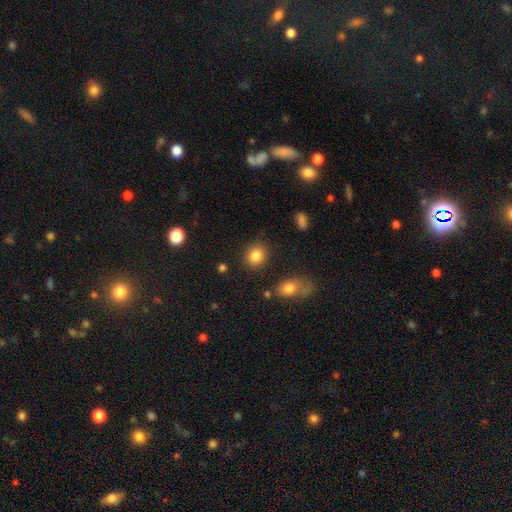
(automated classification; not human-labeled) Smooth or featured?
  - smooth: 85% *
  - star or artifact: 9%
  - featured or disk: 6%
How rounded?
  - round: 72% *
  - in between: 27%
  - cigar-shaped: 1%
Merging?
  - none: 85% *
  - minor disturbance: 9%
  - merger: 3%
  - major disturbance: 3%